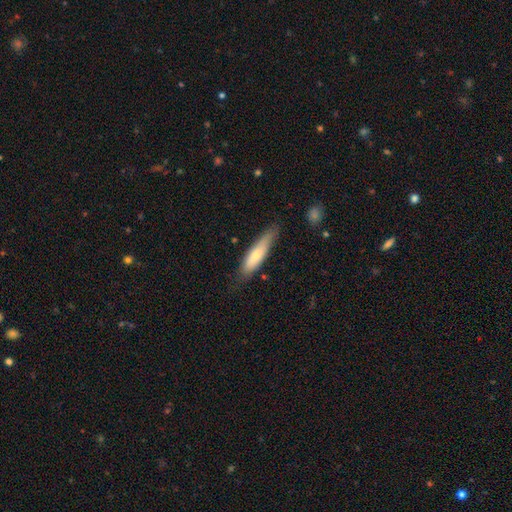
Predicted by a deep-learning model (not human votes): This appears to be a smooth galaxy with no disk features (70%) that is cigar-shaped (72%). Merging: none (71%).